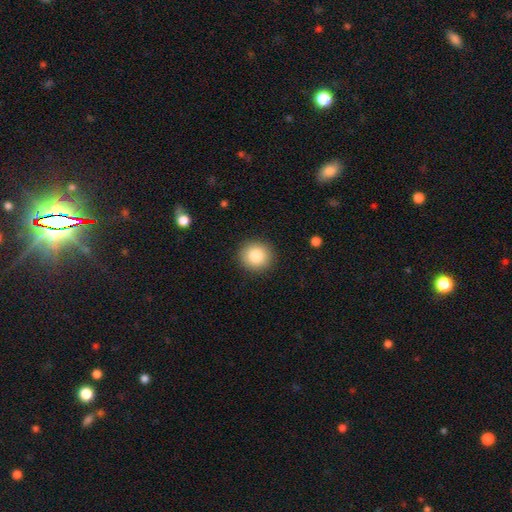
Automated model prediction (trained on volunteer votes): The model was most divided on "smooth or featured": smooth: 84%, star or artifact: 9%, featured or disk: 7%. More confident: merging — none (91%); how rounded — round (89%).